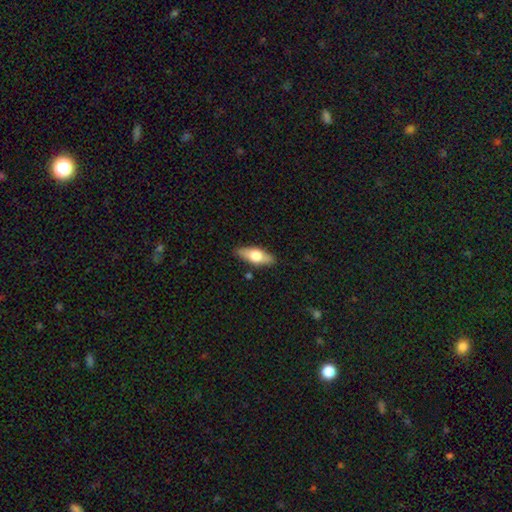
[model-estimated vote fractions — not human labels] Smooth or featured?
  - smooth: 60% *
  - featured or disk: 34%
  - star or artifact: 6%
How rounded?
  - in between: 70% *
  - cigar-shaped: 27%
  - round: 3%
Merging?
  - none: 87% *
  - minor disturbance: 9%
  - major disturbance: 2%
  - merger: 1%